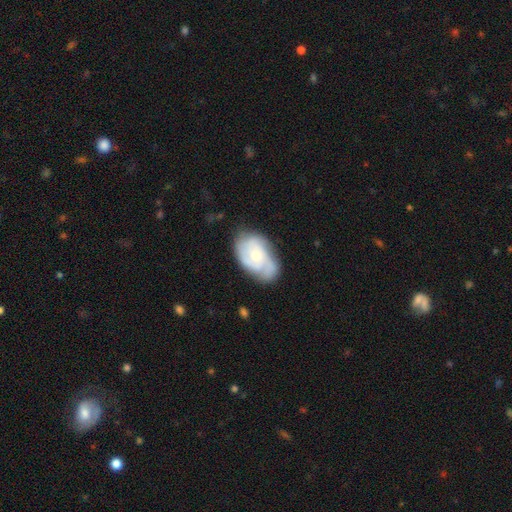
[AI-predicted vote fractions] smooth_or_featured: featured or disk (p=0.72) [alt: smooth p=0.23]
disk_edge_on: no (p=0.96) [alt: yes p=0.04]
bar: no (p=0.74) [alt: weak p=0.22]
has_spiral_arms: yes (p=0.89) [alt: no p=0.11]
spiral_winding: tight (p=0.52) [alt: medium p=0.37]
spiral_arm_count: 2 (p=0.36) [alt: can't tell p=0.27]
bulge_size: moderate (p=0.48) [tied with: small p=0.48]
merging: none (p=0.59) [alt: minor disturbance p=0.28]